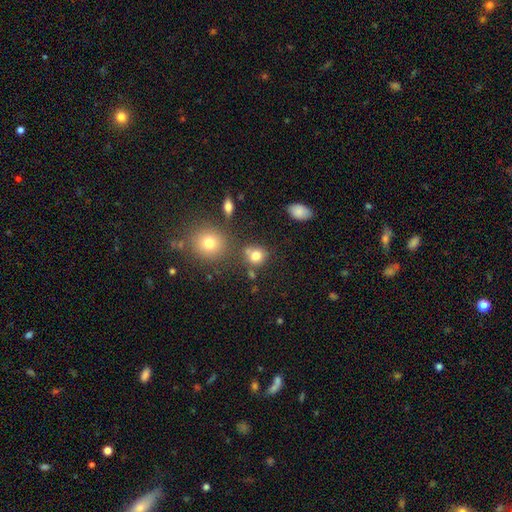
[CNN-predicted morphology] Q: Smooth or featured?
A: smooth (78%); runner-up: star or artifact (14%)
Q: How rounded?
A: round (79%); runner-up: in between (20%)
Q: Merging?
A: none (65%); runner-up: merger (16%)